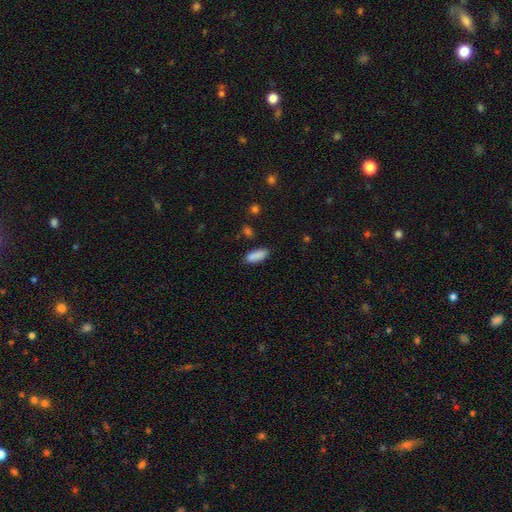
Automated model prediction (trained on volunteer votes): smooth_or_featured: smooth (p=0.87) [alt: star or artifact p=0.07]
how_rounded: in between (p=0.70) [alt: cigar-shaped p=0.28]
merging: none (p=0.80) [alt: minor disturbance p=0.13]